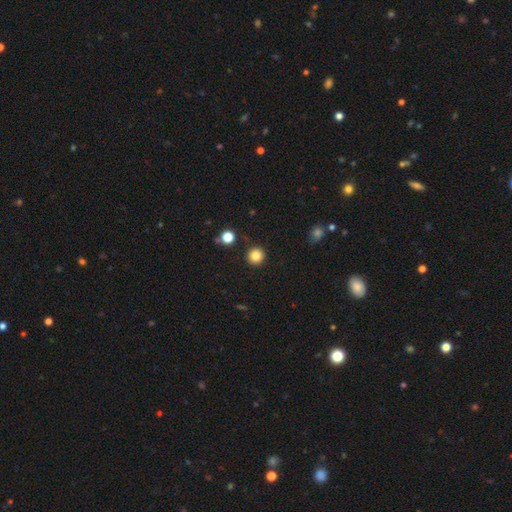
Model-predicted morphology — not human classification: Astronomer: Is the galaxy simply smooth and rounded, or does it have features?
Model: smooth — 84%.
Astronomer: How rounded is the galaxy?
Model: round — 95%.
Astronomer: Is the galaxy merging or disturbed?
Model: none — 91%.